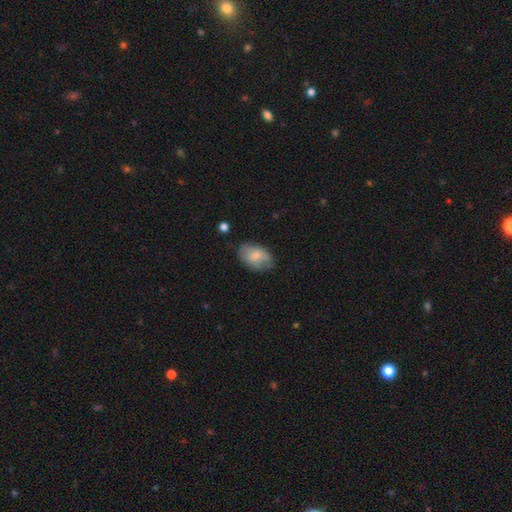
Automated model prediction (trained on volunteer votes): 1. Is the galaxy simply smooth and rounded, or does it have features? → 72% smooth, 21% featured or disk, 7% star or artifact.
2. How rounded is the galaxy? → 88% in between, 10% round, 1% cigar-shaped.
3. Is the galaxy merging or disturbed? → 66% none, 25% minor disturbance, 7% major disturbance, 2% merger.